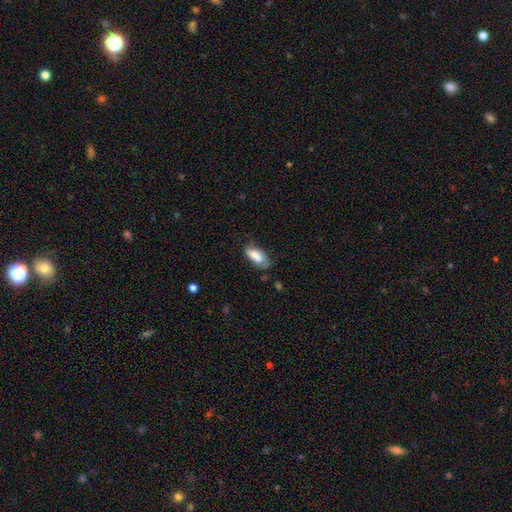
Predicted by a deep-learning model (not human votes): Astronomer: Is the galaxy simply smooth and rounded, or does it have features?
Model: smooth — 77%.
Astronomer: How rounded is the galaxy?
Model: in between — 84%.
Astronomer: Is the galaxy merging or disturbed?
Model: none — 51% (runner-up: minor disturbance, 33%).